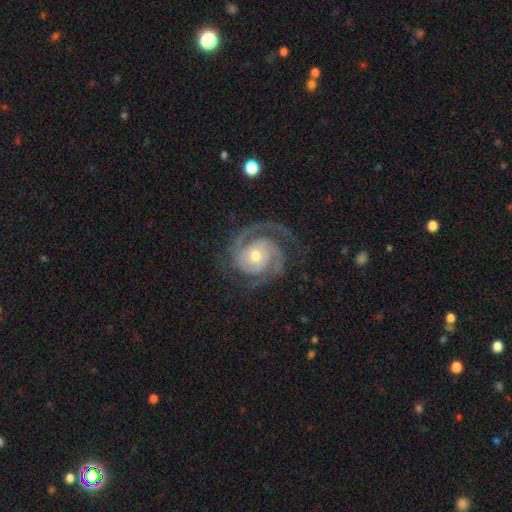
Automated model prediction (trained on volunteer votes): featured or disk 92%, star or artifact 4%, smooth 4%. Down the decision tree: edge-on disk — no (98%); bar — no (70%); spiral arms — yes (98%); spiral arm count — 2 (72%); spiral winding — tight (63%); bulge size — moderate (57%); merging — none (77%).